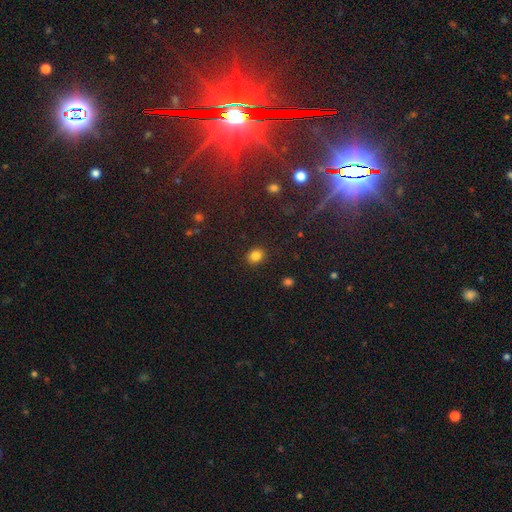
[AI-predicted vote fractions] Morphology: type=smooth (83%); roundness=round (62%); merging=none (88%).